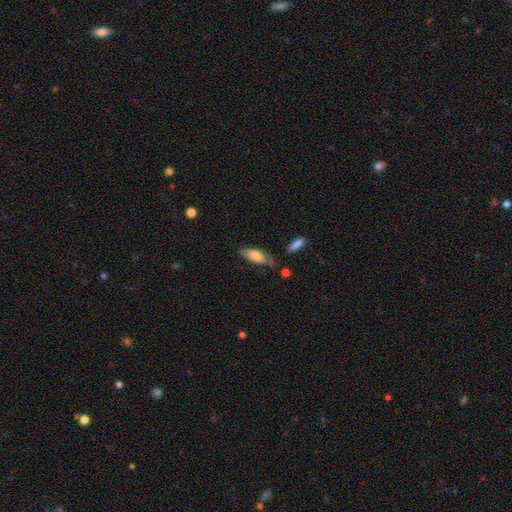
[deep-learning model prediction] Smooth or featured: smooth — 75% (featured or disk — 18%)
How rounded: in between — 68% (cigar-shaped — 30%)
Merging: none — 58% (minor disturbance — 27%)